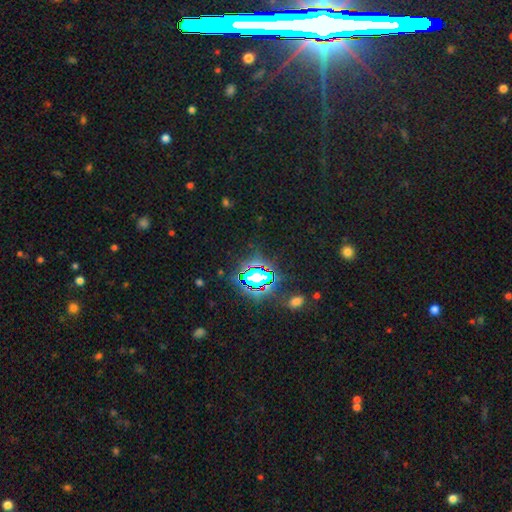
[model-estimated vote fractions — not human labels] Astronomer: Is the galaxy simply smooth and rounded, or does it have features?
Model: star or artifact — 81%.